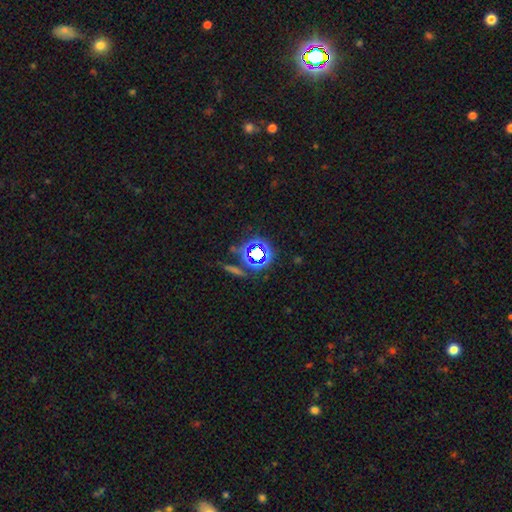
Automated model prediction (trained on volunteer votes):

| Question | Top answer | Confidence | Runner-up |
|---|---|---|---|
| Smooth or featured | star or artifact | 72% | smooth (17%) |